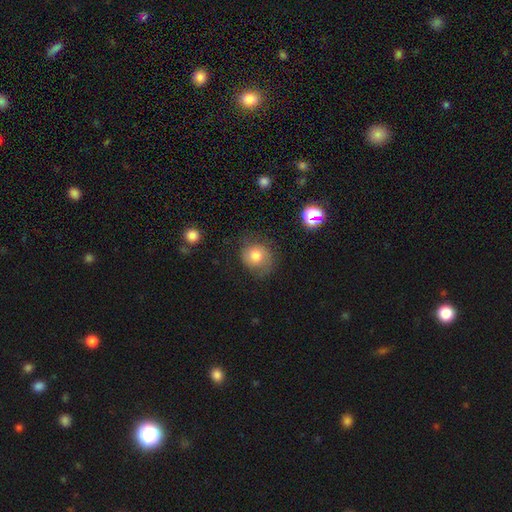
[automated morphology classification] smooth 60%, featured or disk 30%, star or artifact 10%. Down the decision tree: how rounded — round (79%); merging — none (64%).